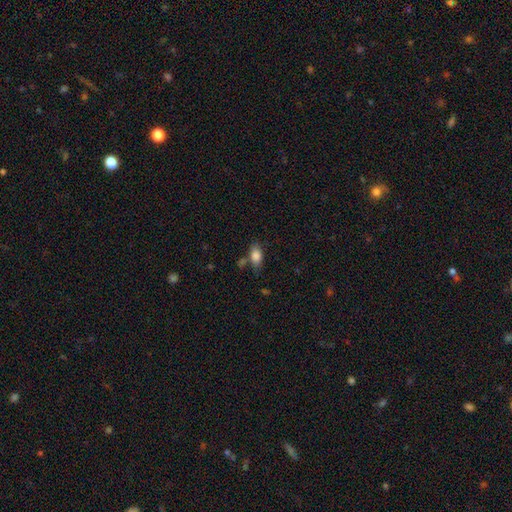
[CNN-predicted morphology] Smooth or featured: smooth — 84% (star or artifact — 8%)
How rounded: in between — 88% (round — 8%)
Merging: none — 63% (minor disturbance — 20%)